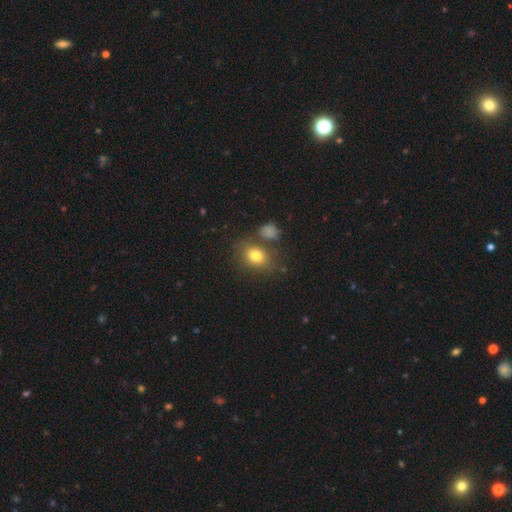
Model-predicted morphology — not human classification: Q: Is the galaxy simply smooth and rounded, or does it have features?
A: smooth — 78%.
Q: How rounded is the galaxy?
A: in between — 63%.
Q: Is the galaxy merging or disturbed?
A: none — 68%.